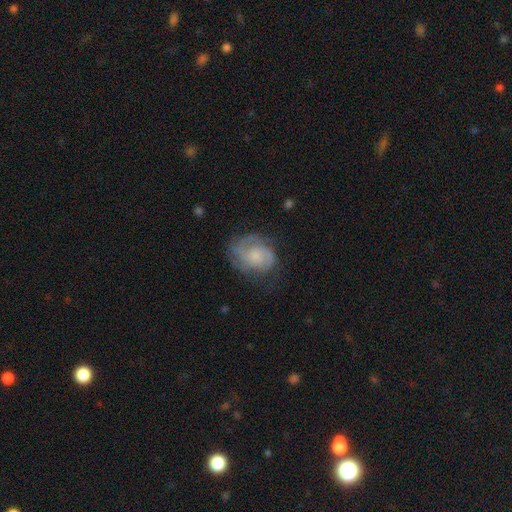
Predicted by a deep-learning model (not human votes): Smooth or featured? Predicted: featured or disk (p=0.66). Edge-on disk? Predicted: no (p=0.98). Bar? Predicted: no (p=0.72). Spiral arms? Predicted: yes (p=0.89). Spiral winding? Predicted: tight (p=0.47). Spiral arm count? Predicted: 2 (p=0.48). Bulge size? Predicted: small (p=0.46). Merging? Predicted: none (p=0.62).